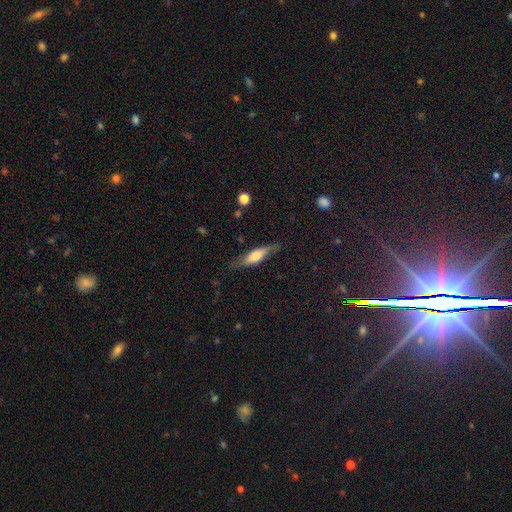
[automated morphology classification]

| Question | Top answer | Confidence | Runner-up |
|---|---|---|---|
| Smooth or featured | smooth | 49% | featured or disk (45%) |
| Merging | none | 70% | minor disturbance (21%) |